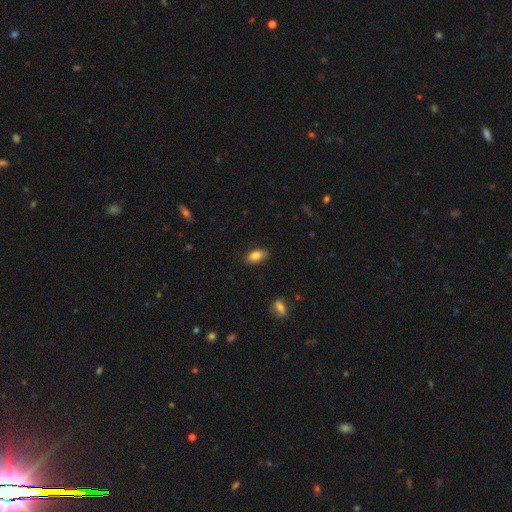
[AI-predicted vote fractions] smooth-or-featured: smooth: 84% | featured or disk: 9% | star or artifact: 8%
  how-rounded: in between: 90% | round: 5% | cigar-shaped: 4%
  merging: none: 87% | minor disturbance: 10% | major disturbance: 2% | merger: 1%